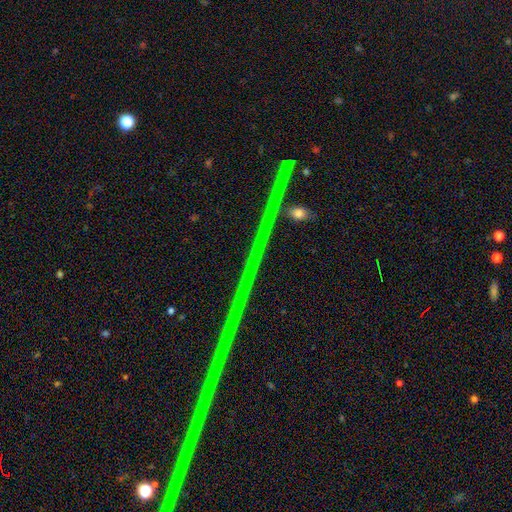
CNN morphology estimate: Overall: star or artifact (87%).